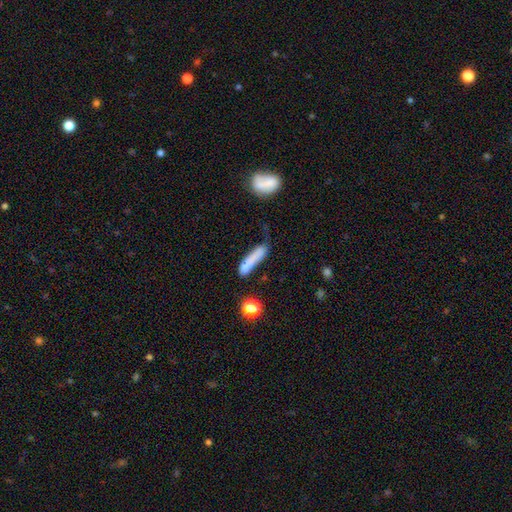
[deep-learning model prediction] smooth_or_featured: smooth (p=0.74) [alt: featured or disk p=0.17]
how_rounded: cigar-shaped (p=0.84) [alt: in between p=0.13]
merging: none (p=0.50) [alt: minor disturbance p=0.27]